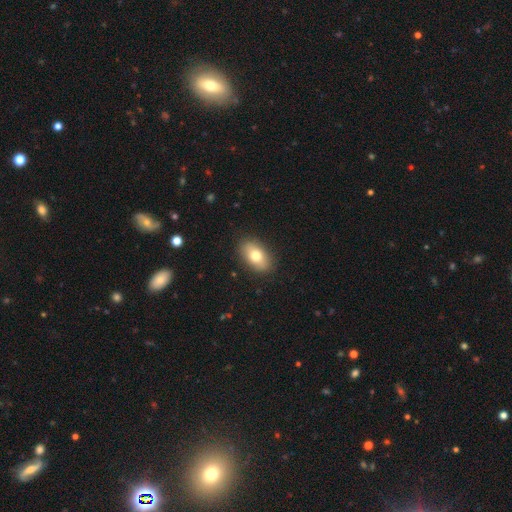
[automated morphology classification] A smooth galaxy with no disk features (76%) that is in between round and cigar-shaped (90%).

Vote fractions:
- Smooth or featured? smooth: 76% / featured or disk: 17% / star or artifact: 7%
- How rounded? in between: 90% / round: 8% / cigar-shaped: 2%
- Merging? none: 88% / minor disturbance: 9% / major disturbance: 2% / merger: 1%